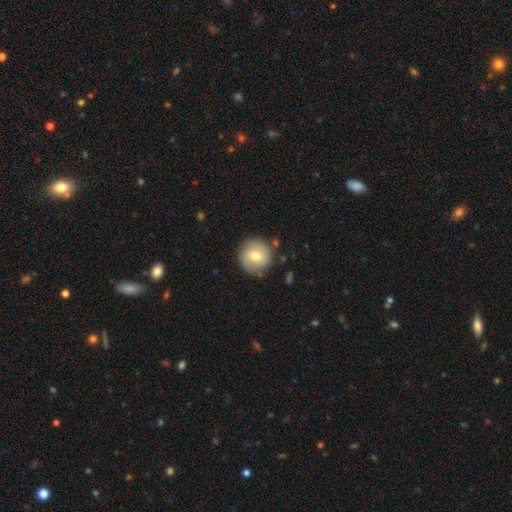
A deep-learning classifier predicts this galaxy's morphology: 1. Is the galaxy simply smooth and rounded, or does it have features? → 71% smooth, 21% featured or disk, 8% star or artifact.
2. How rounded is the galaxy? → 95% round, 4% in between, 1% cigar-shaped.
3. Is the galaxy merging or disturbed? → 82% none, 12% minor disturbance, 3% major disturbance, 3% merger.